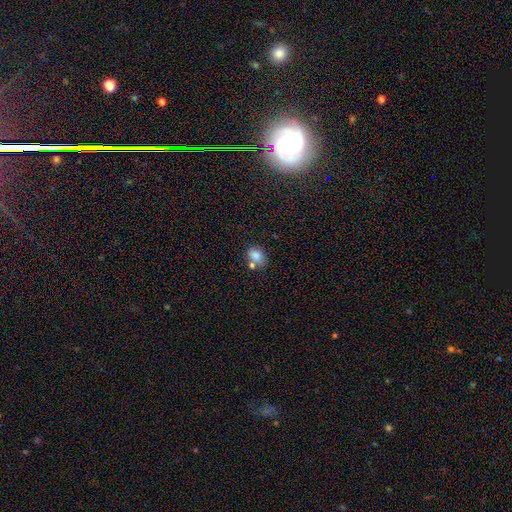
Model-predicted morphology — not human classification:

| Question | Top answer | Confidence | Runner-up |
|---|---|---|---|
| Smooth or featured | smooth | 80% | star or artifact (10%) |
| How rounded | in between | 62% | round (37%) |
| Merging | none | 51% | merger (27%) |